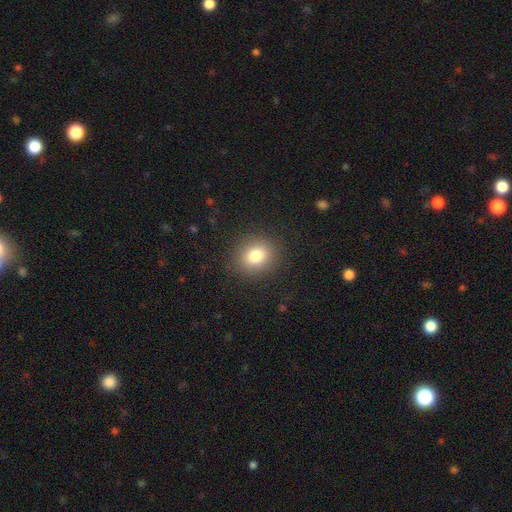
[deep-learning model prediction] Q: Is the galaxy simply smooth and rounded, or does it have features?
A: smooth — 80%.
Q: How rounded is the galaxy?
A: round — 75%.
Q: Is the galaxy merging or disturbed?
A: none — 89%.